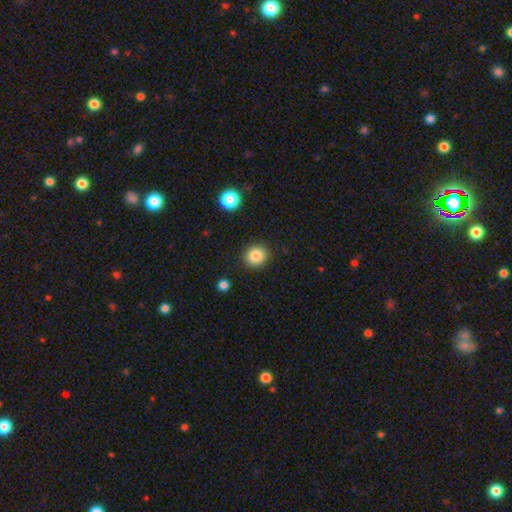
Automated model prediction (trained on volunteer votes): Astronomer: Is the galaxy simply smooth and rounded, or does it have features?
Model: smooth — 84%.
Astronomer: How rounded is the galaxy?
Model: round — 82%.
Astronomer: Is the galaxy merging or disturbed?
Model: none — 89%.